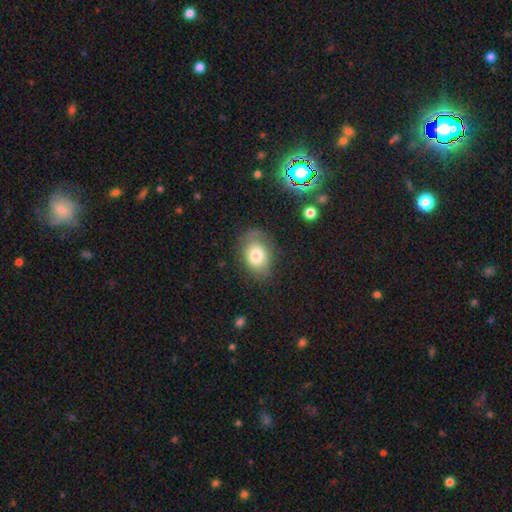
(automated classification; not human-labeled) Smooth or featured?
  - smooth: 70% *
  - featured or disk: 21%
  - star or artifact: 9%
How rounded?
  - in between: 74% *
  - round: 25%
  - cigar-shaped: 1%
Merging?
  - none: 64% *
  - minor disturbance: 23%
  - major disturbance: 11%
  - merger: 2%